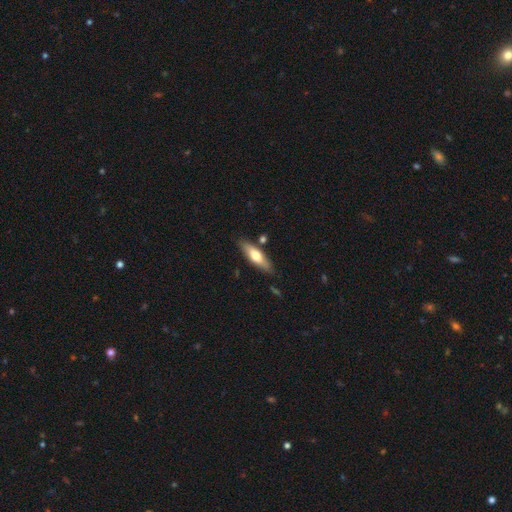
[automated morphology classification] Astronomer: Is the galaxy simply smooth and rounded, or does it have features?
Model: smooth — 57% (runner-up: featured or disk, 38%).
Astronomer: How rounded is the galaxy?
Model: cigar-shaped — 55% (runner-up: in between, 42%).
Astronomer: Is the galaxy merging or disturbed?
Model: none — 82%.